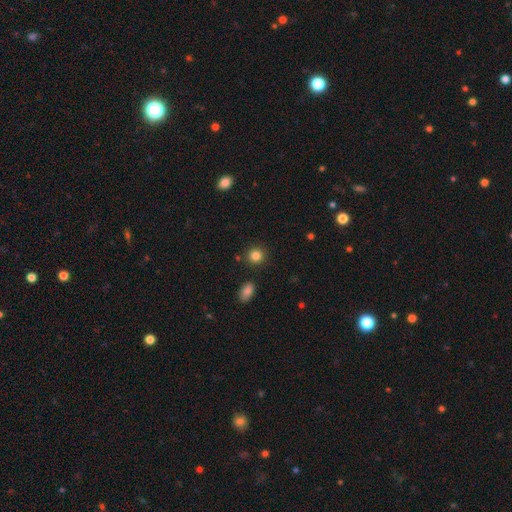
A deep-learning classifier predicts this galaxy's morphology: Smooth or featured? smooth (84%)
How rounded? round (90%)
Merging? none (88%)